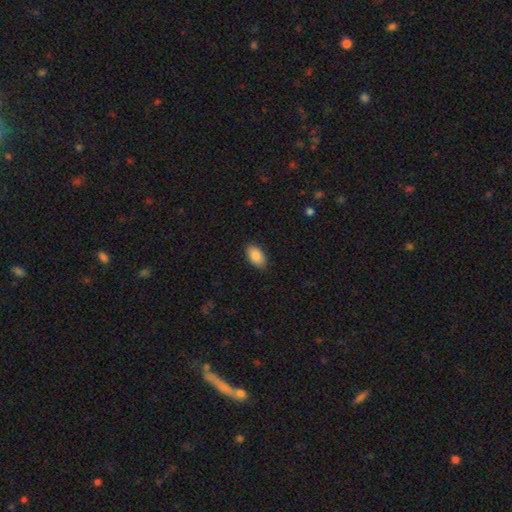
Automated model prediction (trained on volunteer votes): Q: Smooth or featured?
A: smooth (89%); runner-up: star or artifact (6%)
Q: How rounded?
A: in between (94%); runner-up: round (4%)
Q: Merging?
A: none (88%); runner-up: minor disturbance (9%)